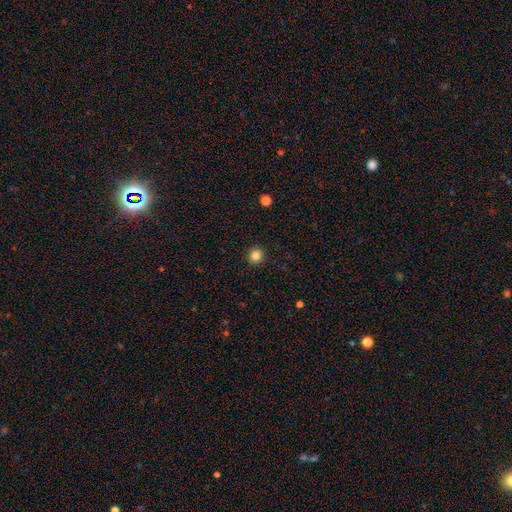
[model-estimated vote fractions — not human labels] A smooth galaxy with no disk features (84%) that is round (92%). Merging: none (92%).